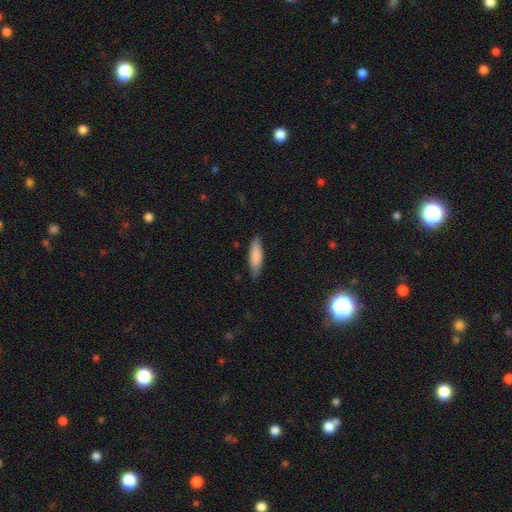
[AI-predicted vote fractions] The model was most divided on "how rounded": cigar-shaped: 54%, in between: 45%, round: 1%. More confident: smooth or featured — smooth (84%); merging — none (80%).